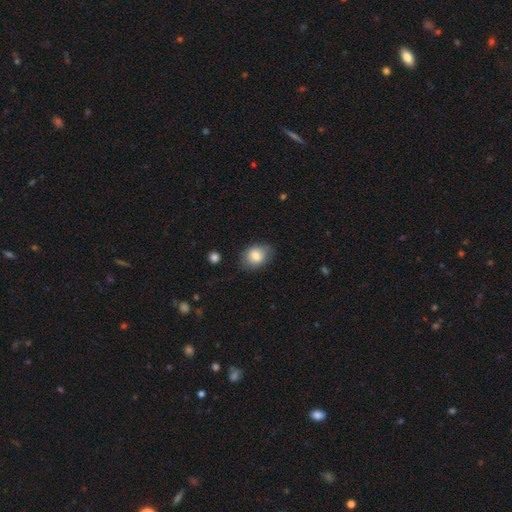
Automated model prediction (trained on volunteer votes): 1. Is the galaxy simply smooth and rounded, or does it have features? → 80% smooth, 12% featured or disk, 8% star or artifact.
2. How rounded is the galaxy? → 65% in between, 34% round, 1% cigar-shaped.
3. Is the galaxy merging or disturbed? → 76% none, 18% minor disturbance, 4% major disturbance, 2% merger.